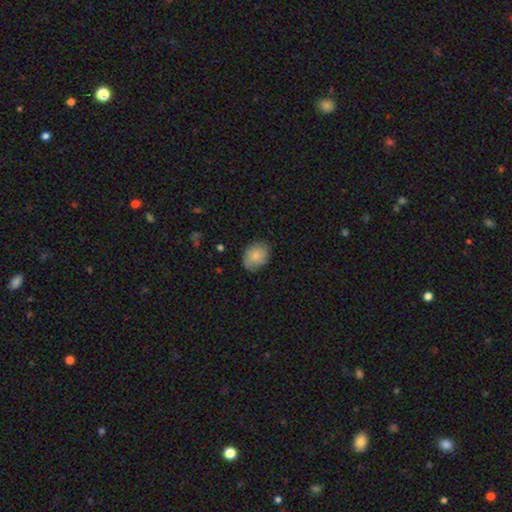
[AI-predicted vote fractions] smooth_or_featured: smooth (p=0.79) [alt: featured or disk p=0.14]
how_rounded: in between (p=0.62) [alt: round p=0.37]
merging: none (p=0.73) [alt: minor disturbance p=0.22]